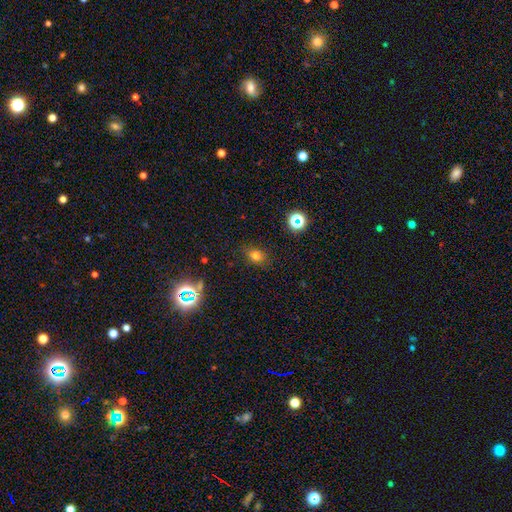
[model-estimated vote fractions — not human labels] Smooth or featured? smooth (72%)
How rounded? in between (53%)
Merging? none (82%)